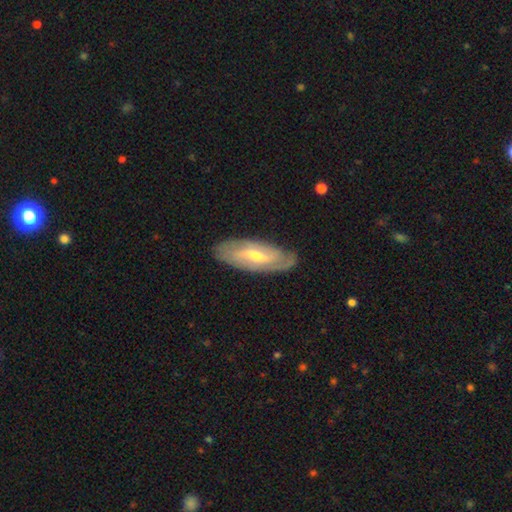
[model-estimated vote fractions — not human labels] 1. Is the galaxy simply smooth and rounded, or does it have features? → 77% featured or disk, 18% smooth, 5% star or artifact.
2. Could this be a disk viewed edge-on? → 86% no, 14% yes.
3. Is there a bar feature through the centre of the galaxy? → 50% weak, 29% strong, 22% no.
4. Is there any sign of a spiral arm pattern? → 88% yes, 12% no.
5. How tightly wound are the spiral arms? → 46% tight, 38% medium, 17% loose.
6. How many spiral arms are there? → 61% 2, 25% can't tell, 6% 3, 4% 1, 2% 4, 2% more than 4.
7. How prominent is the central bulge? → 51% moderate, 44% small, 2% large, 1% none, 1% dominant.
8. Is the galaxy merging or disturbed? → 82% none, 14% minor disturbance, 3% major disturbance, 1% merger.